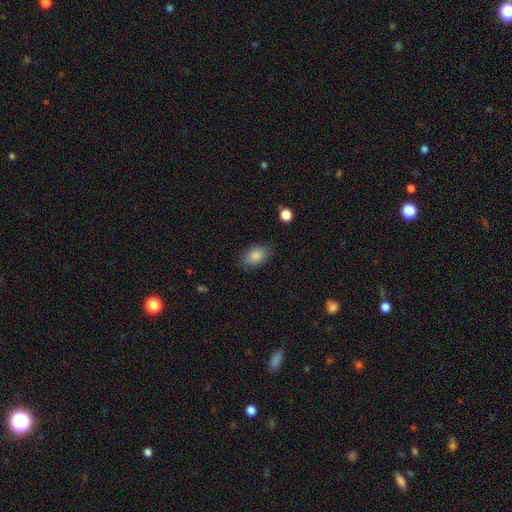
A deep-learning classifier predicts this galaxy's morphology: A smooth galaxy with no disk features (85%) that is in between round and cigar-shaped (88%).

Vote fractions:
- Smooth or featured? smooth: 85% / star or artifact: 8% / featured or disk: 7%
- How rounded? in between: 88% / round: 10% / cigar-shaped: 2%
- Merging? none: 83% / minor disturbance: 13% / major disturbance: 3% / merger: 1%